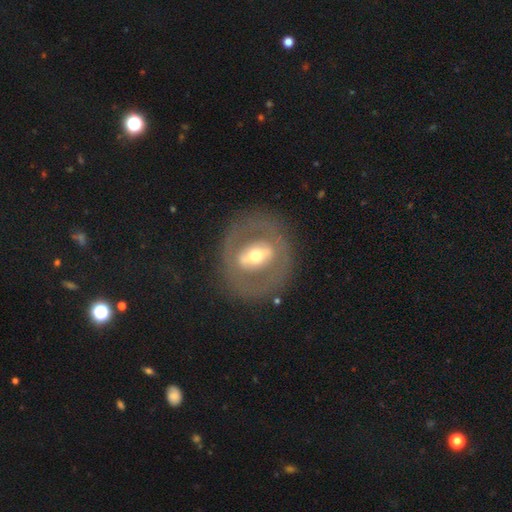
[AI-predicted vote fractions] Smooth or featured? featured or disk (68%)
Edge-on disk? no (89%)
Bar? strong (54%)
Spiral arms? no (84%)
Bulge size? moderate (60%)
Merging? none (80%)